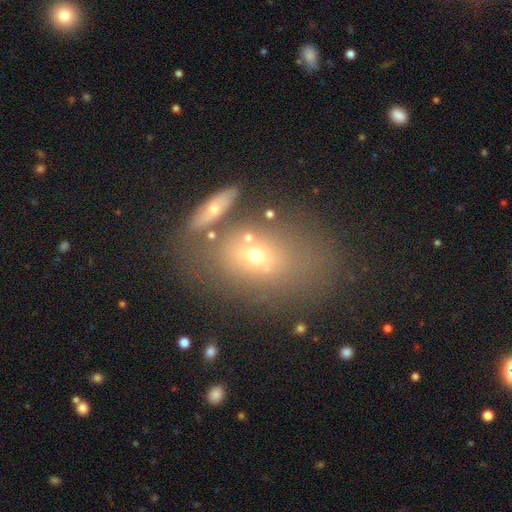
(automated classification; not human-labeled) smooth-or-featured: smooth: 57% | featured or disk: 26% | star or artifact: 17%
  how-rounded: in between: 67% | round: 30% | cigar-shaped: 3%
  merging: none: 47% | merger: 26% | minor disturbance: 16% | major disturbance: 12%